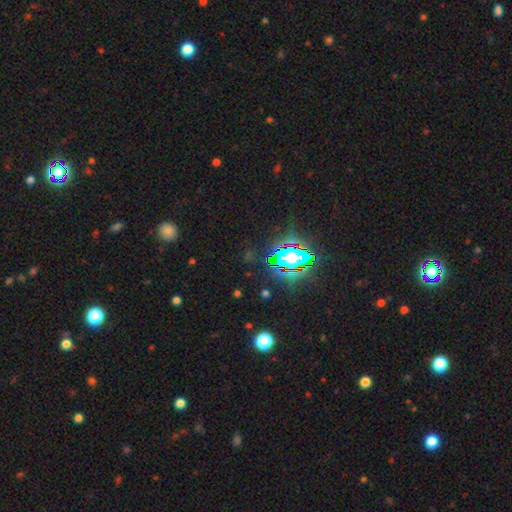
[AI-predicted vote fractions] Smooth or featured? star or artifact (81%)